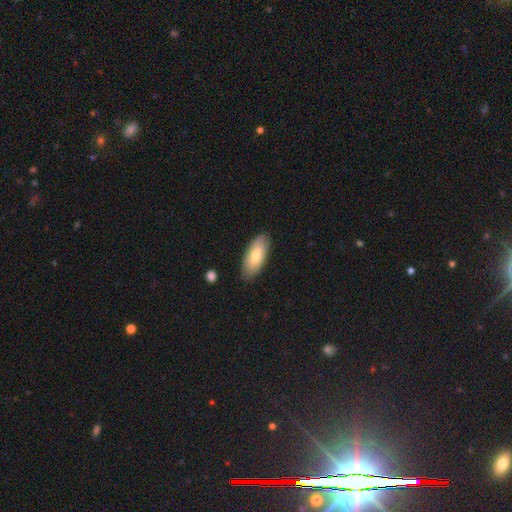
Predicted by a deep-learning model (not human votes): Morphology: type=smooth (72%); roundness=in between (84%); merging=none (86%).